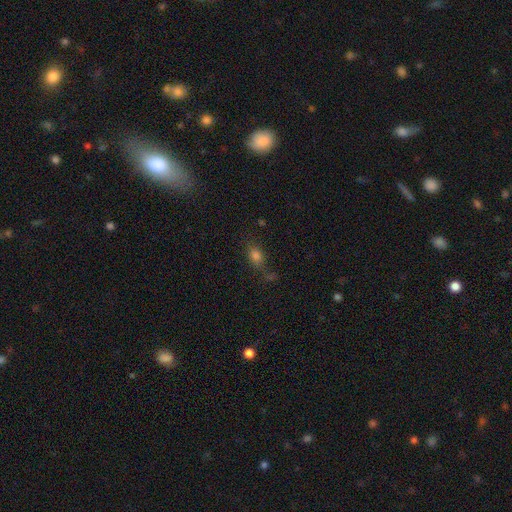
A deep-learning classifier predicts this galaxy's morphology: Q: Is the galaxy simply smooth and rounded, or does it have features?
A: smooth — 75%.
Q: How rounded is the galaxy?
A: in between — 72%.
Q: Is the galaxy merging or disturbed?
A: none — 56%.